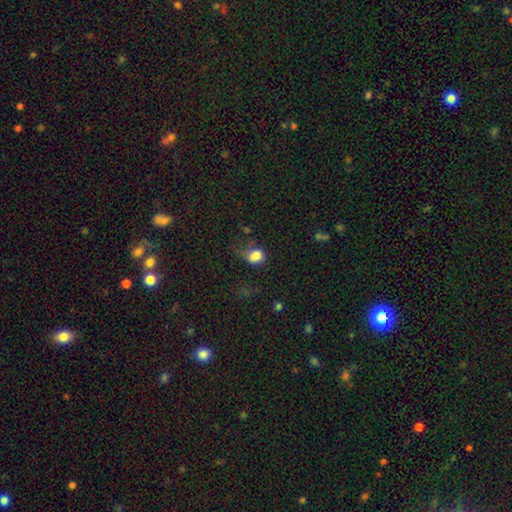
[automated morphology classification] smooth_or_featured: smooth (p=0.80) [alt: star or artifact p=0.11]
how_rounded: in between (p=0.57) [alt: round p=0.42]
merging: major disturbance (p=0.34) [alt: none p=0.31]